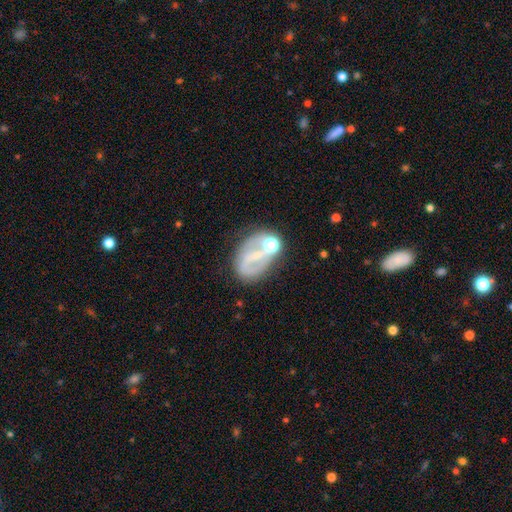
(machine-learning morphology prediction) type=featured or disk (60%); edge-on=no (95%); bar=weak (35%); spiral arms=no (52%); bulge=small (50%); merging=none (49%).